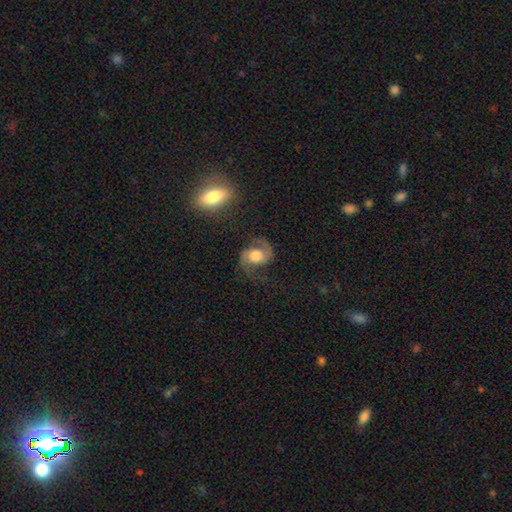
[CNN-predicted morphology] smooth_or_featured: featured or disk (p=0.83) [alt: smooth p=0.11]
disk_edge_on: no (p=0.98) [alt: yes p=0.02]
bar: no (p=0.63) [alt: weak p=0.29]
has_spiral_arms: yes (p=0.96) [alt: no p=0.04]
spiral_winding: medium (p=0.51) [alt: loose p=0.37]
spiral_arm_count: 2 (p=0.93) [alt: 1 p=0.02]
bulge_size: moderate (p=0.44) [alt: large p=0.40]
merging: none (p=0.71) [alt: minor disturbance p=0.16]